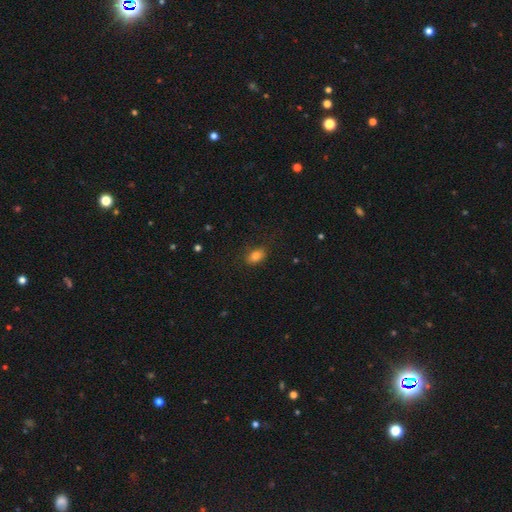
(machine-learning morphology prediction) type=smooth (83%); roundness=in between (81%); merging=none (81%).